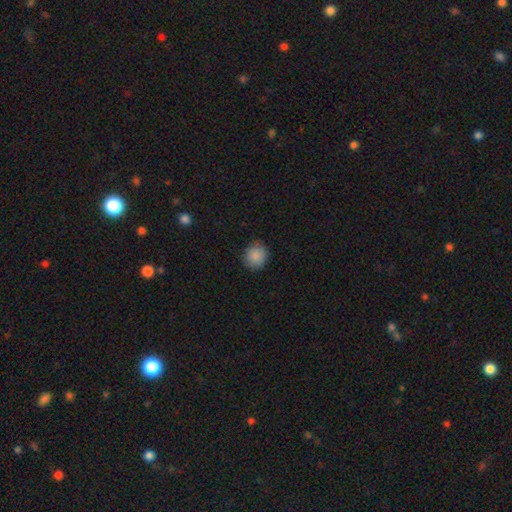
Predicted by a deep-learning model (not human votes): The model was most divided on "how rounded": round: 86%, in between: 13%, cigar-shaped: 1%. More confident: smooth or featured — smooth (88%); merging — none (86%).